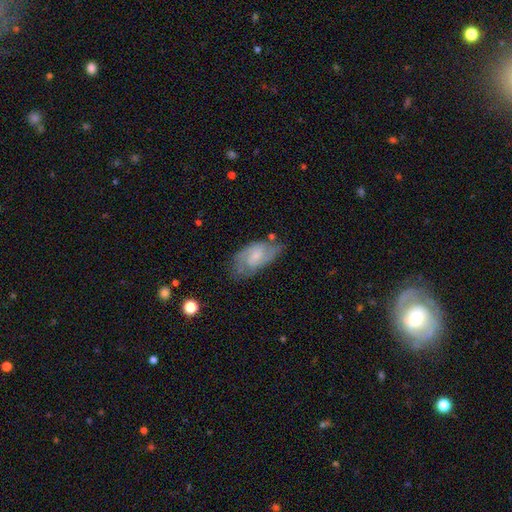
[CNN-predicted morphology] A featured or disk galaxy (64%) with a weak bar (47%), 2 (61%) medium (47%) spiral arms (85%) and a small central bulge (50%).

Vote fractions:
- Smooth or featured? featured or disk: 64% / smooth: 29% / star or artifact: 7%
- Edge-on disk? no: 94% / yes: 6%
- Bar? weak: 47% / no: 44% / strong: 9%
- Spiral arms? yes: 85% / no: 15%
- Spiral winding? medium: 47% / tight: 34% / loose: 19%
- Spiral arm count? 2: 61% / can't tell: 24% / 3: 7% / 1: 5% / 4: 2% / more than 4: 2%
- Bulge size? small: 50% / moderate: 30% / none: 16% / large: 3% / dominant: 1%
- Merging? none: 57% / minor disturbance: 29% / major disturbance: 11% / merger: 3%